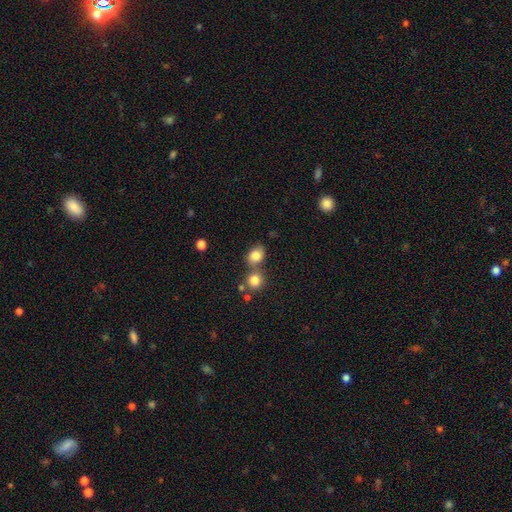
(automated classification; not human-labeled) A smooth galaxy with no disk features (82%) that is in between round and cigar-shaped (53%).

Vote fractions:
- Smooth or featured? smooth: 82% / star or artifact: 10% / featured or disk: 8%
- How rounded? in between: 53% / round: 45% / cigar-shaped: 1%
- Merging? none: 53% / merger: 31% / minor disturbance: 12% / major disturbance: 4%